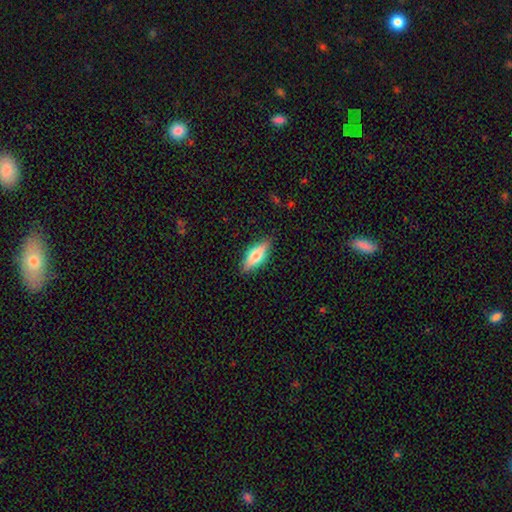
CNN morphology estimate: Smooth or featured? Predicted: smooth (p=0.66). How rounded? Predicted: in between (p=0.62). Merging? Predicted: none (p=0.86).